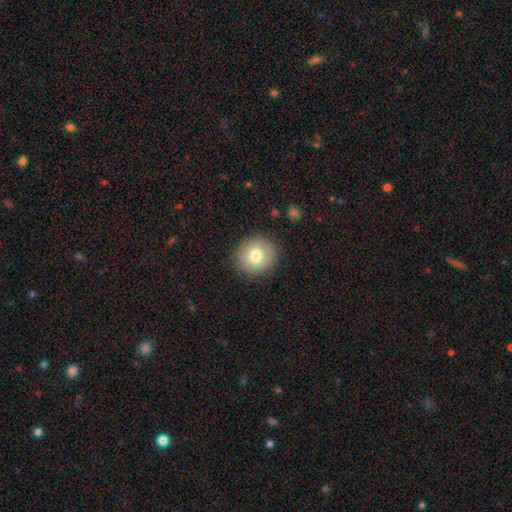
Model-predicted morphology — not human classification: Smooth or featured: smooth — 77% (featured or disk — 15%)
How rounded: round — 79% (in between — 20%)
Merging: none — 88% (minor disturbance — 8%)